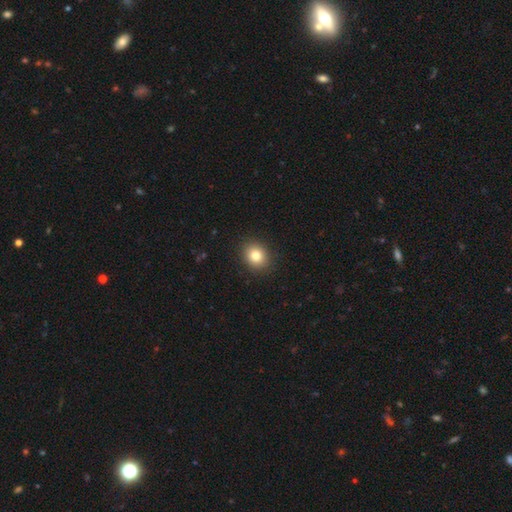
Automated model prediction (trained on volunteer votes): The model was most divided on "how rounded": round: 66%, in between: 33%, cigar-shaped: 1%. More confident: merging — none (90%); smooth or featured — smooth (82%).